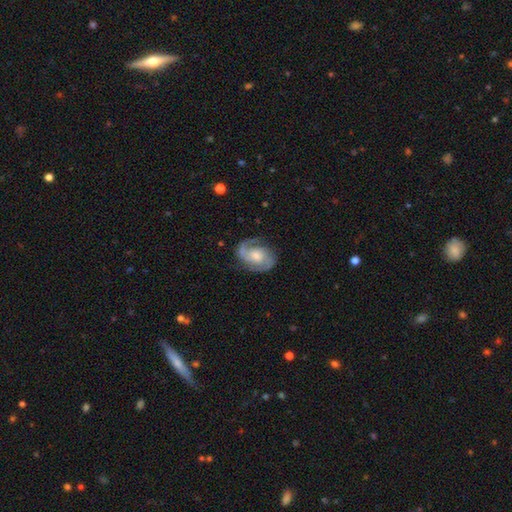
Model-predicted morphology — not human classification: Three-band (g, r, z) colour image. It shows a featured or disk galaxy (86%) with no bar (58%), 2 (90%) medium (51%) spiral arms (97%) and a moderate central bulge (51%). Merging: none (77%).